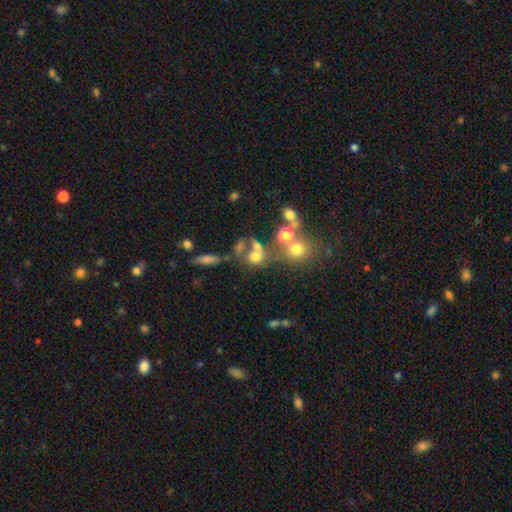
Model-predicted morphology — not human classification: Smooth or featured? smooth (62%)
How rounded? round (69%)
Merging? merger (39%)